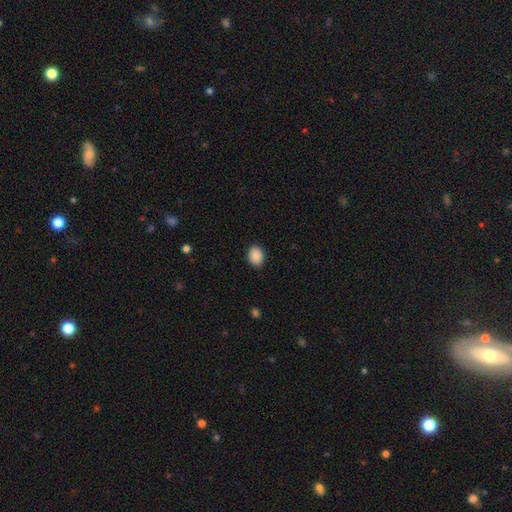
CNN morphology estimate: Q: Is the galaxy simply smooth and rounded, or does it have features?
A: smooth — 89%.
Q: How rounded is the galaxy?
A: in between — 56%.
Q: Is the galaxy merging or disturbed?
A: none — 90%.